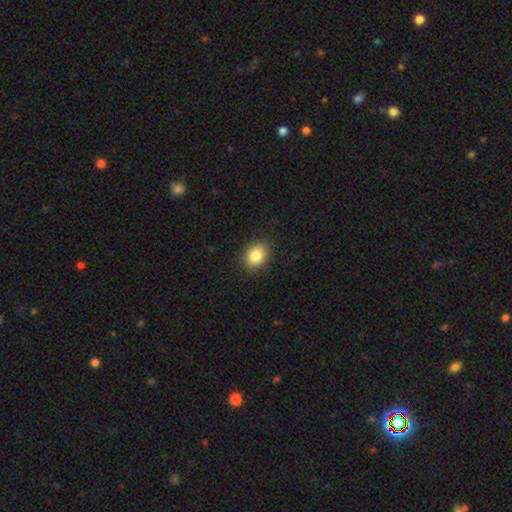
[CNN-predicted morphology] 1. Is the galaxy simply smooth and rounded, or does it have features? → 84% smooth, 9% star or artifact, 7% featured or disk.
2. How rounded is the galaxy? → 64% in between, 35% round, 1% cigar-shaped.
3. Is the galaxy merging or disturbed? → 88% none, 9% minor disturbance, 2% major disturbance, 1% merger.